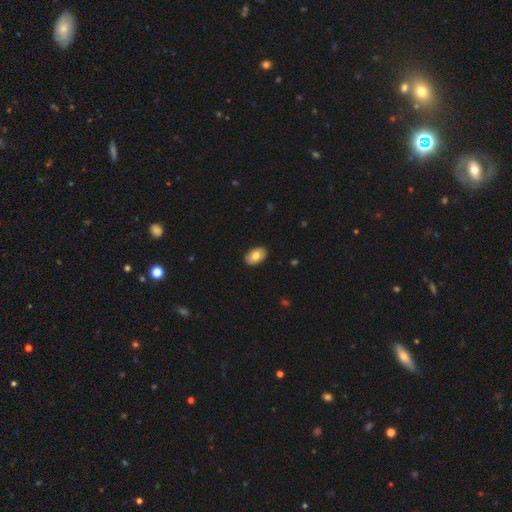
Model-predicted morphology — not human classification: This is likely a smooth galaxy (77%). How rounded: clearly in between (91%). Merging: clearly none (88%).